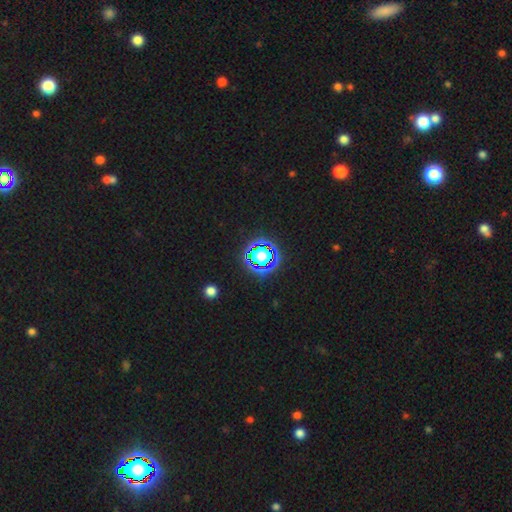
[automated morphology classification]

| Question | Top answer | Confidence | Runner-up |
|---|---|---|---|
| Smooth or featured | star or artifact | 66% | smooth (23%) |